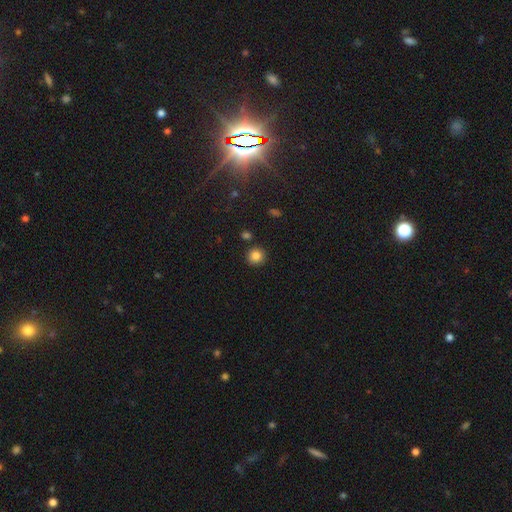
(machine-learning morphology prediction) This appears to be a smooth galaxy with no disk features (85%) that is round (92%). Merging: none (88%).